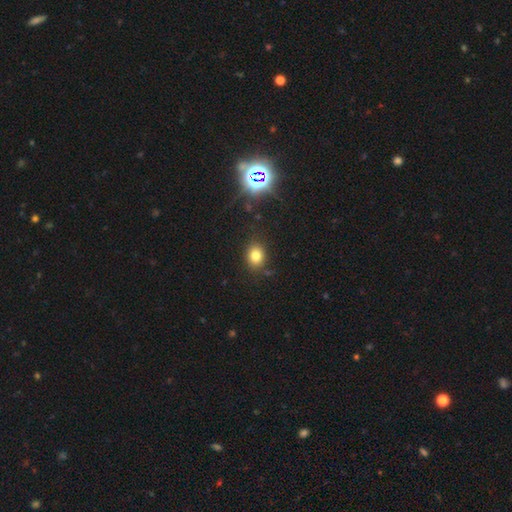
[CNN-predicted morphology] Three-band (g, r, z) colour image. It shows a smooth galaxy with no disk features (78%) that is round (51%). Merging: none (83%).